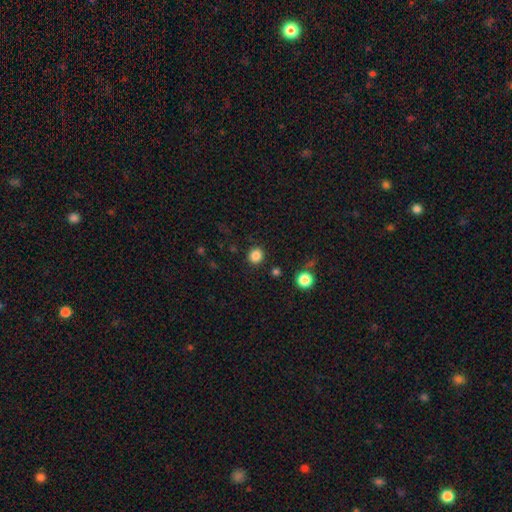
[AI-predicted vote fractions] The model was most divided on "smooth or featured": smooth: 84%, star or artifact: 12%, featured or disk: 3%. More confident: merging — none (89%); how rounded — round (87%).